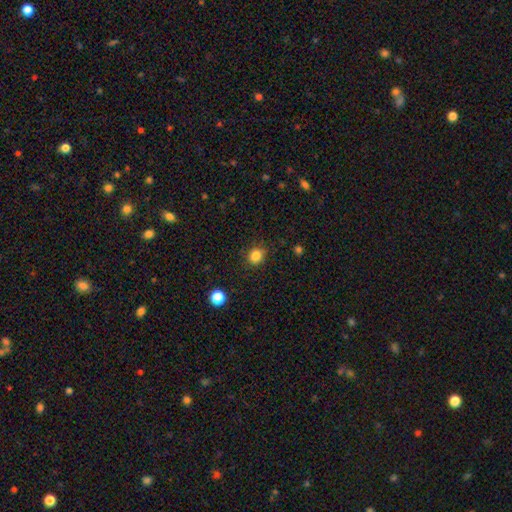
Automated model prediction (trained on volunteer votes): A smooth galaxy with no disk features (84%) that is round (79%).

Vote fractions:
- Smooth or featured? smooth: 84% / star or artifact: 12% / featured or disk: 4%
- How rounded? round: 79% / in between: 20% / cigar-shaped: 1%
- Merging? none: 85% / minor disturbance: 11% / major disturbance: 3% / merger: 1%